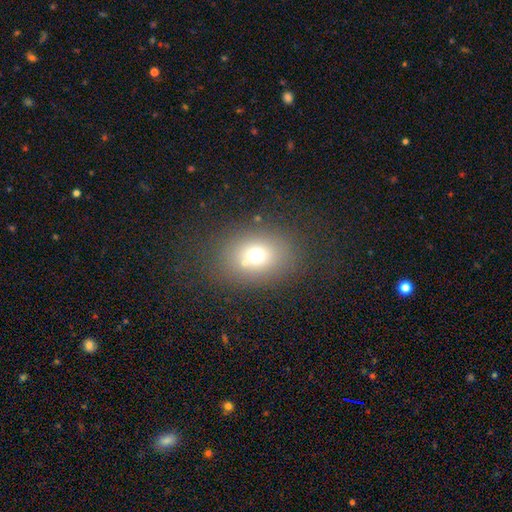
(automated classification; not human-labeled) This is likely a smooth galaxy (67%). How rounded: possibly round (51%). Merging: likely none (78%).